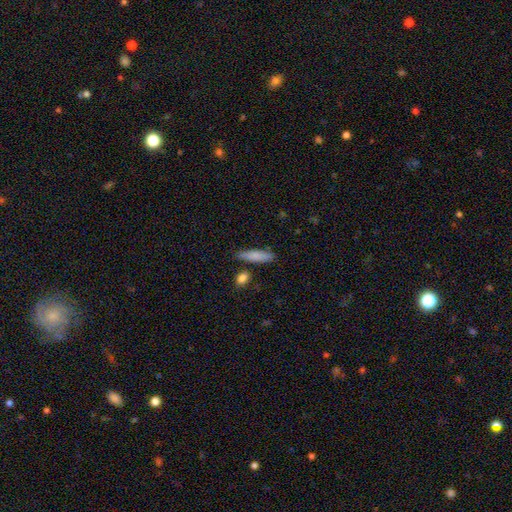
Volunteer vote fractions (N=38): A smooth galaxy with no disk features (84%) that is cigar-shaped (59%). Merging: none (81%).